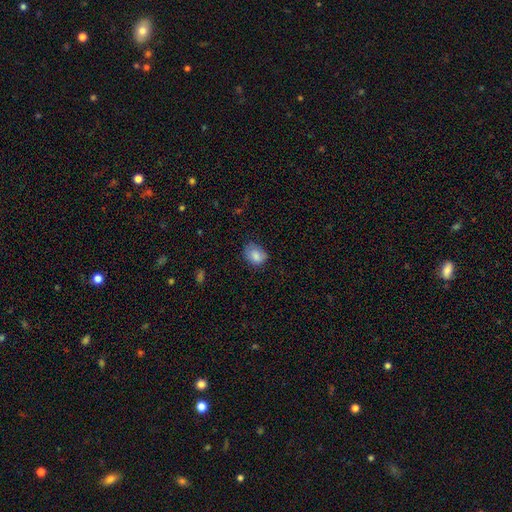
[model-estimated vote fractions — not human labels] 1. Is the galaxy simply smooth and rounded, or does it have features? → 83% smooth, 8% star or artifact, 8% featured or disk.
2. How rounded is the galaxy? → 65% in between, 34% round, 1% cigar-shaped.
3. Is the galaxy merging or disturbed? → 62% none, 29% minor disturbance, 7% major disturbance, 2% merger.